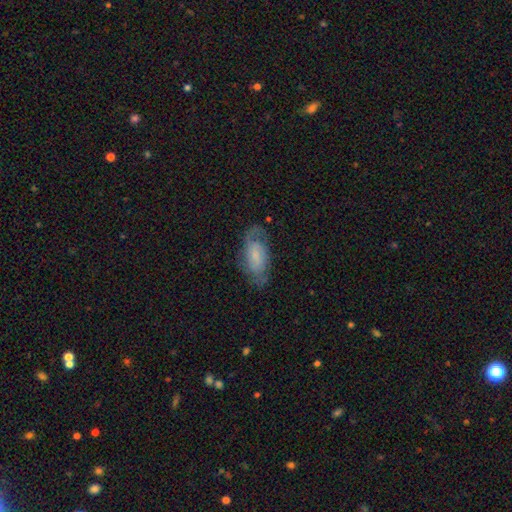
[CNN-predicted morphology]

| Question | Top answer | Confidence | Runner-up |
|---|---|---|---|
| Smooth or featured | featured or disk | 57% | smooth (35%) |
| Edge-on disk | no | 93% | yes (7%) |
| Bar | no | 50% | weak (39%) |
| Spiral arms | yes | 85% | no (15%) |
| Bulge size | small | 49% | moderate (22%) |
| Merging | none | 67% | minor disturbance (21%) |